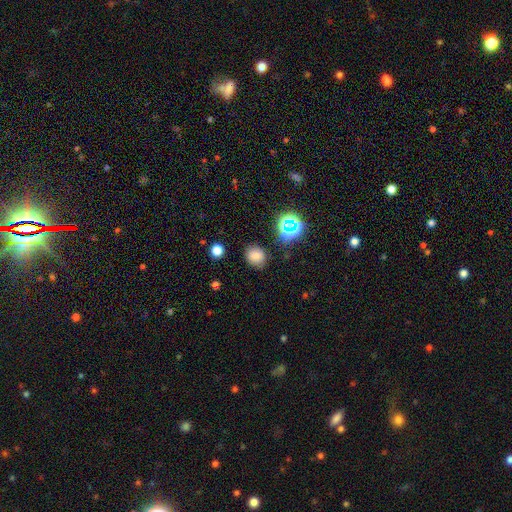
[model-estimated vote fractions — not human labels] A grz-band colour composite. It shows a smooth galaxy with no disk features (76%) that is round (59%). Merging: none (81%).